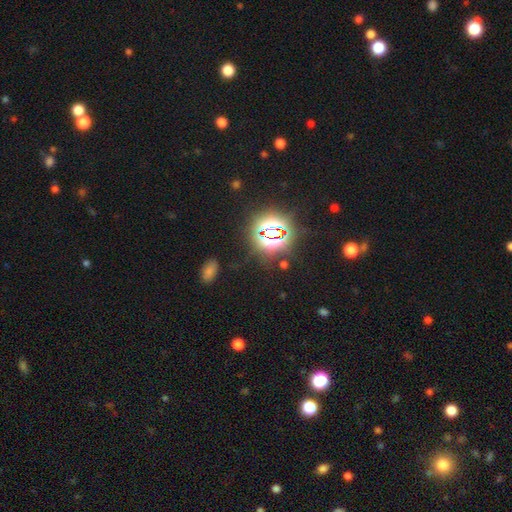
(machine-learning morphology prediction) Smooth or featured? star or artifact (80%)